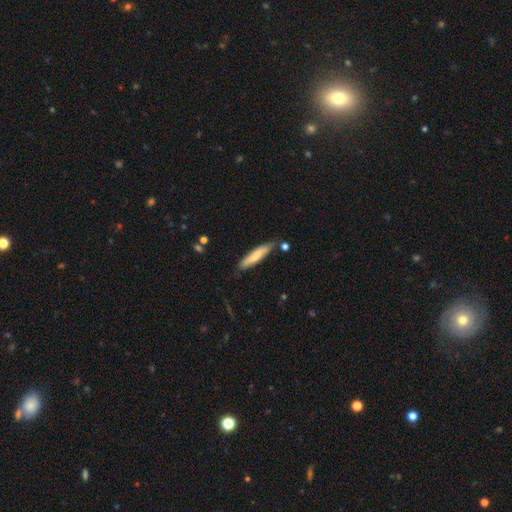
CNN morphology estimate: smooth 69%, featured or disk 25%, star or artifact 6%. Down the decision tree: how rounded — cigar-shaped (86%); merging — none (78%).